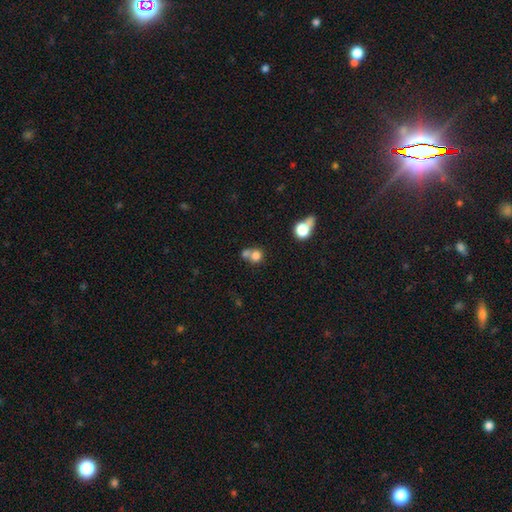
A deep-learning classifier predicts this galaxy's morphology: Smooth or featured? Predicted: smooth (p=0.76). How rounded? Predicted: round (p=0.84). Merging? Predicted: merger (p=0.49).